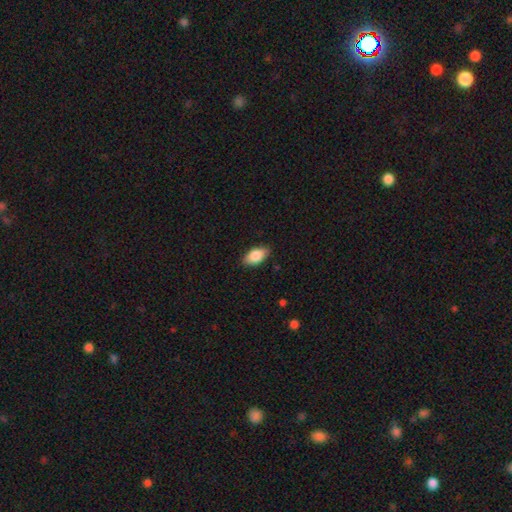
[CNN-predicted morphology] This appears to be a smooth galaxy with no disk features (85%) that is in between round and cigar-shaped (92%). Merging: none (85%).